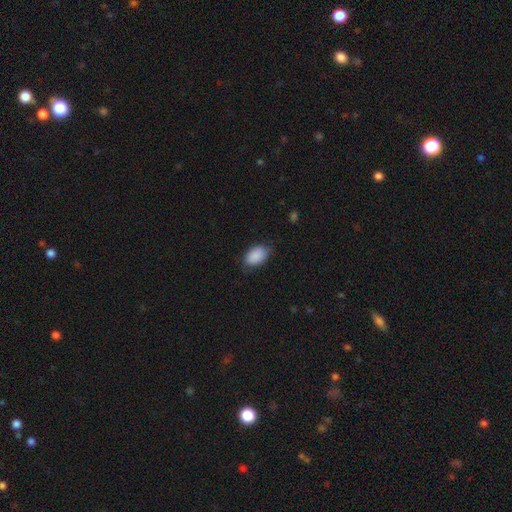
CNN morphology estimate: A smooth galaxy with no disk features (89%) that is in between round and cigar-shaped (90%). Merging: none (75%).